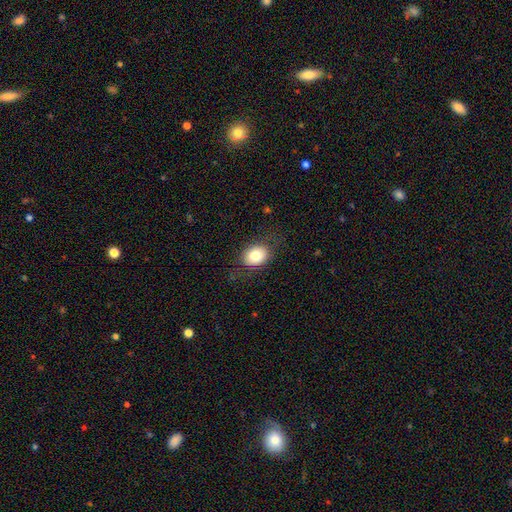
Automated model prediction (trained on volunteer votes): A smooth galaxy with no disk features (79%) that is in between round and cigar-shaped (63%). Merging: none (77%).